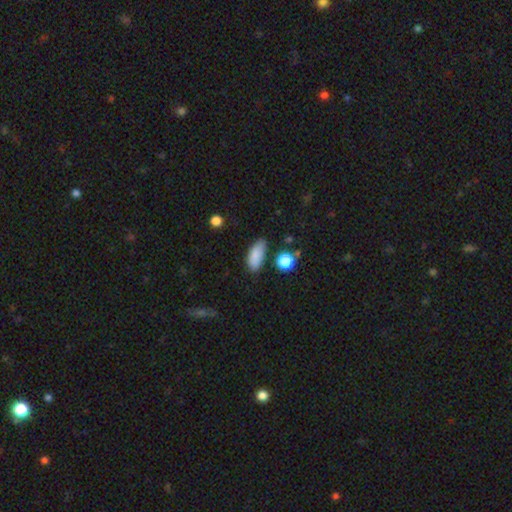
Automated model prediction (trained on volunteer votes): The model was most divided on "merging": none: 68%, minor disturbance: 23%, major disturbance: 5%, merger: 4%. More confident: smooth or featured — smooth (85%); how rounded — in between (83%).